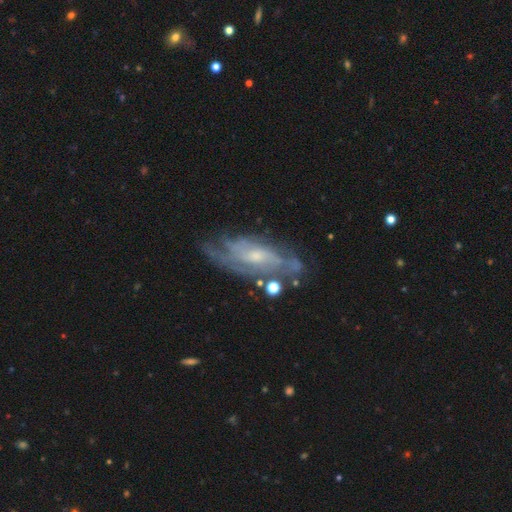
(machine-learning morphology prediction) Overall: featured or disk (80%). Edge-on disk: no (87%). Bar: no (61%; weak 32%). Spiral arms: yes (88%). Spiral arm count: can't tell (51%; 2 18%). Spiral winding: tight (53%; medium 35%). Bulge size: small (60%; moderate 32%). Merging: none (64%).